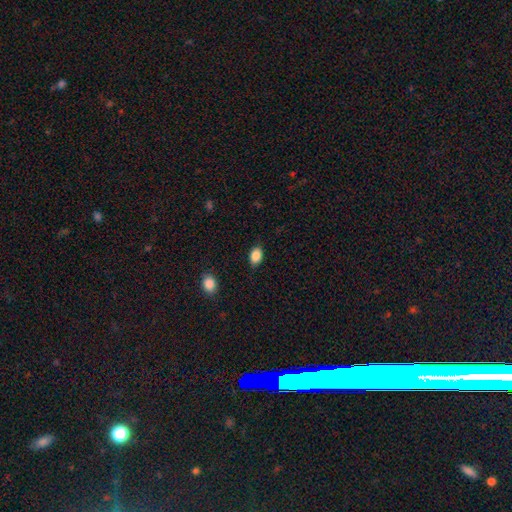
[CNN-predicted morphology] This is clearly a smooth galaxy (87%). How rounded: clearly in between (82%). Merging: clearly none (84%).